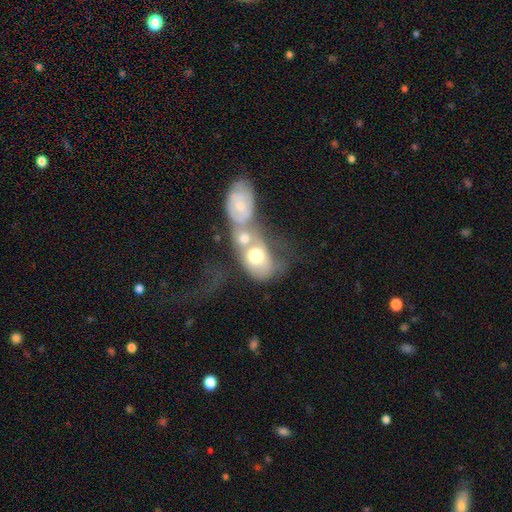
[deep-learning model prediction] Overall: smooth (47%; featured or disk 45%). Merging: merger (75%).